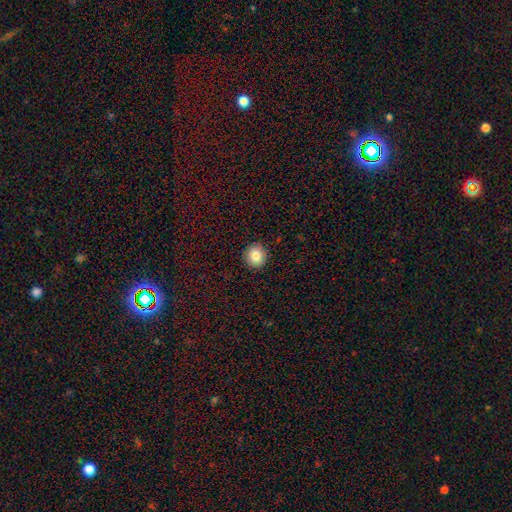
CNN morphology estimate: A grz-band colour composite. It shows a smooth galaxy with no disk features (84%) that is round (89%). Merging: none (92%).